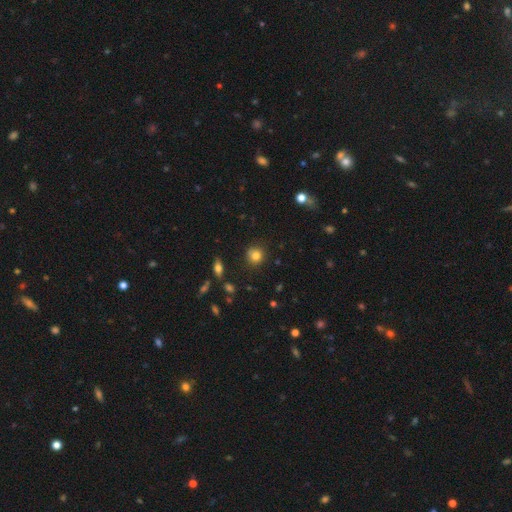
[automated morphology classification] Smooth or featured? Predicted: smooth (p=0.81). How rounded? Predicted: round (p=0.89). Merging? Predicted: none (p=0.85).